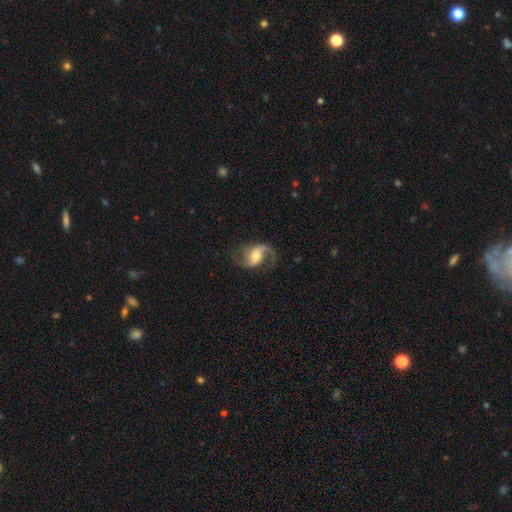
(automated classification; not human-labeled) Overall: featured or disk (88%). Edge-on disk: no (97%). Bar: weak (43%; no 34%). Spiral arms: yes (97%). Spiral arm count: 2 (89%). Spiral winding: loose (55%; medium 37%). Bulge size: moderate (63%; small 28%). Merging: none (75%).